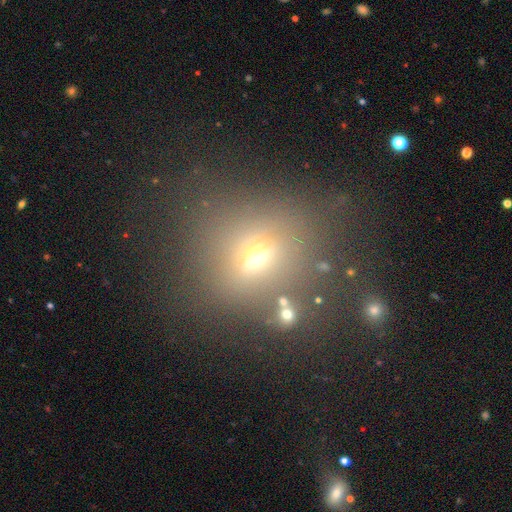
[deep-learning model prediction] A smooth galaxy with no disk features (55%) that is round (73%).

Vote fractions:
- Smooth or featured? smooth: 55% / star or artifact: 26% / featured or disk: 19%
- How rounded? round: 73% / in between: 25% / cigar-shaped: 2%
- Merging? none: 68% / minor disturbance: 16% / major disturbance: 10% / merger: 7%